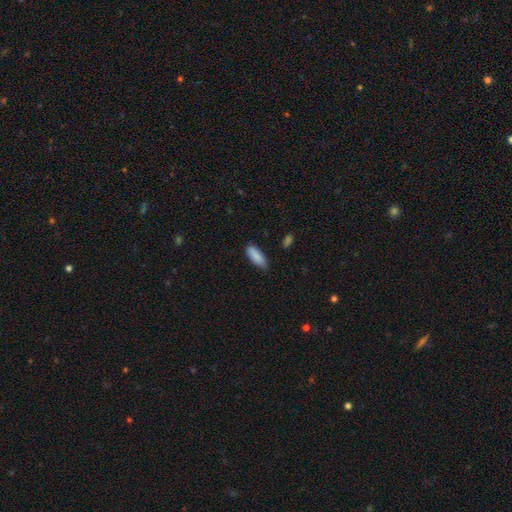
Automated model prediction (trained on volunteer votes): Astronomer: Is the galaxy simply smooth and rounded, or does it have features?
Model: smooth — 88%.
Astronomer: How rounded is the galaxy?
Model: in between — 66%.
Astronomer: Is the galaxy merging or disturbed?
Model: none — 75%.